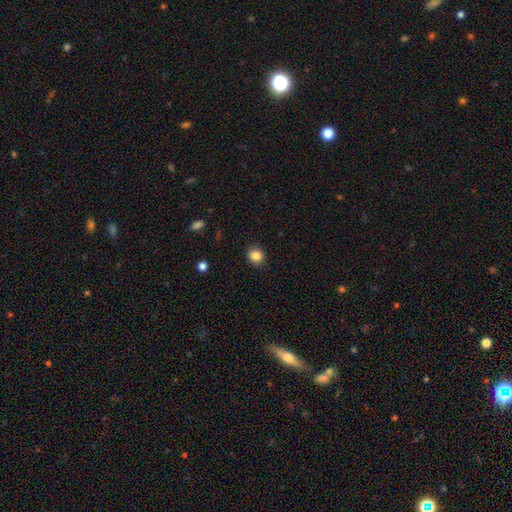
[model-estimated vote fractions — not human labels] Overall: smooth (85%). How rounded: round (76%). Merging: none (89%).